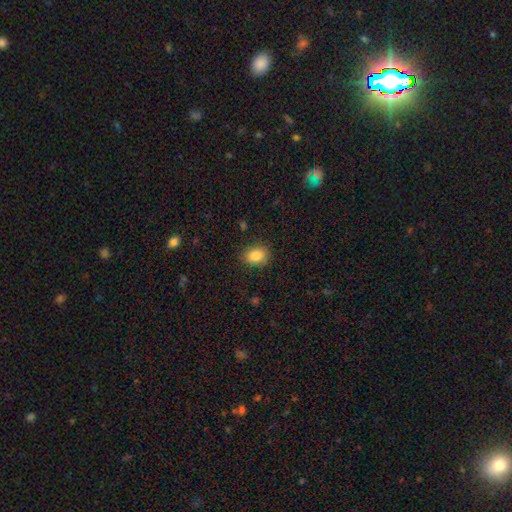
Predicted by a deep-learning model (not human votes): Morphology: type=smooth (86%); roundness=in between (65%); merging=none (86%).